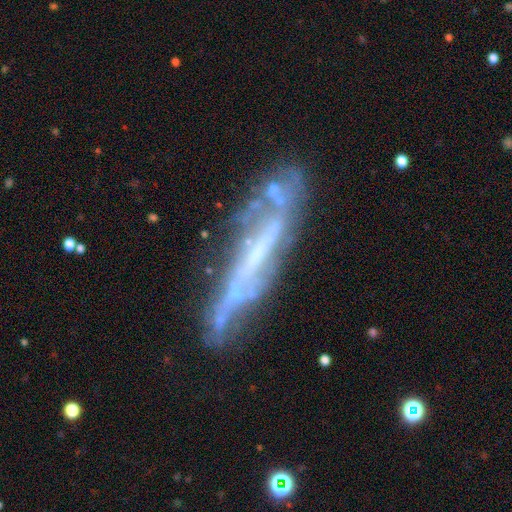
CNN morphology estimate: This is likely a featured or disk galaxy (77%). It is possibly not viewed edge-on (50%, tied with yes). Merging: likely none (63%).